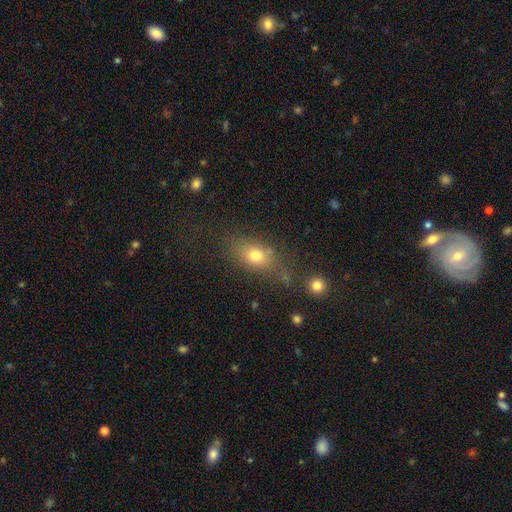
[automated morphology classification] Smooth or featured? Predicted: smooth (p=0.73). How rounded? Predicted: in between (p=0.70). Merging? Predicted: none (p=0.65).